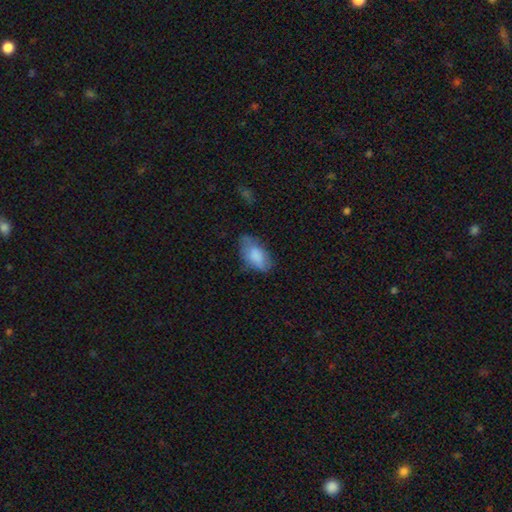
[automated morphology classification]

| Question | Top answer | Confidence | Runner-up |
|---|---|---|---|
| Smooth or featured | smooth | 80% | featured or disk (13%) |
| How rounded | in between | 92% | cigar-shaped (4%) |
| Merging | none | 57% | minor disturbance (30%) |